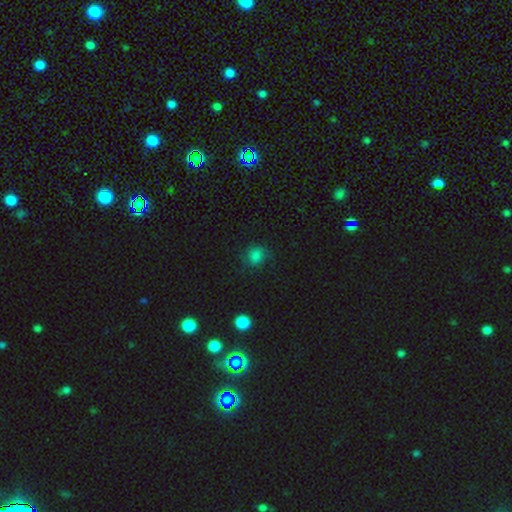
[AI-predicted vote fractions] Morphology: type=smooth (73%); roundness=round (73%); merging=none (70%).